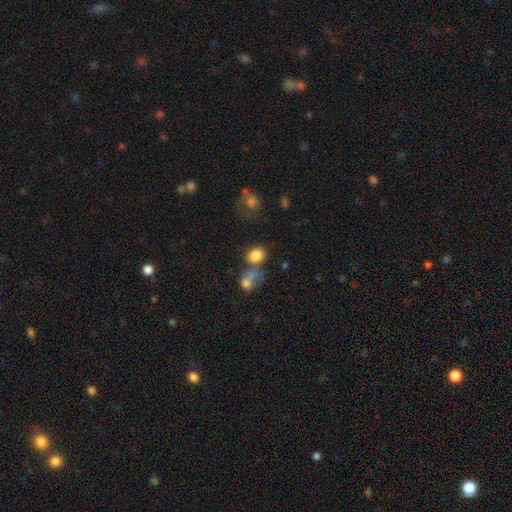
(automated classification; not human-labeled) The model was most divided on "merging": none: 48%, merger: 31%, minor disturbance: 12%, major disturbance: 9%. More confident: smooth or featured — smooth (81%); how rounded — round (69%).